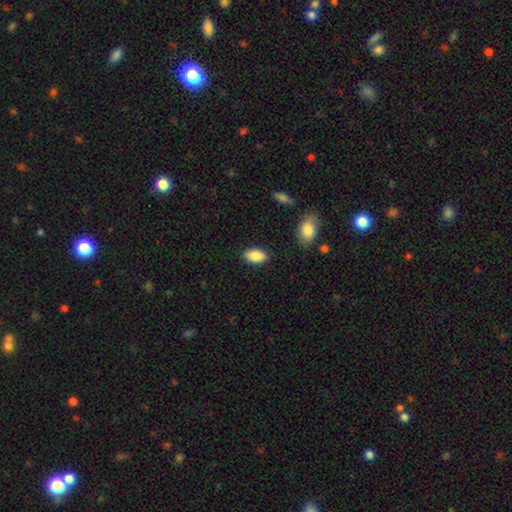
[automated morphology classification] This appears to be a smooth galaxy with no disk features (85%) that is in between round and cigar-shaped (91%). Merging: none (86%).